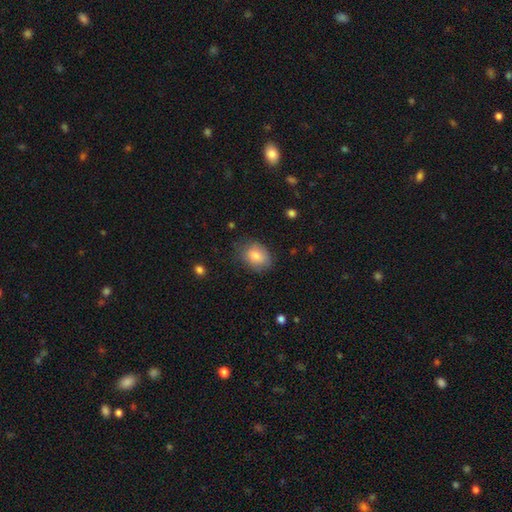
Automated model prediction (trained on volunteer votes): smooth-or-featured: smooth: 82% | featured or disk: 10% | star or artifact: 8%
  how-rounded: in between: 64% | round: 35% | cigar-shaped: 1%
  merging: none: 73% | minor disturbance: 21% | major disturbance: 5% | merger: 1%